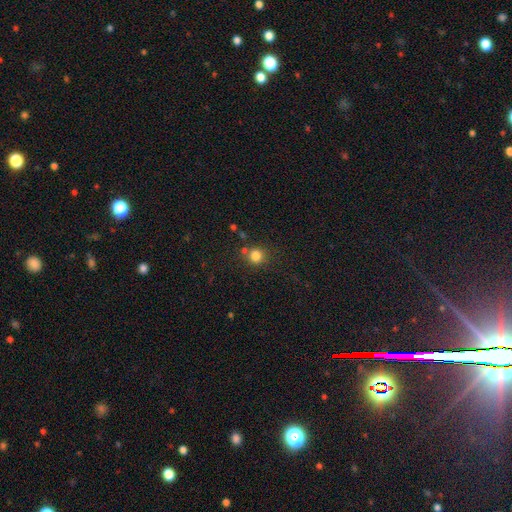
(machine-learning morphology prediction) This appears to be a smooth galaxy with no disk features (81%) that is round (89%). Merging: none (74%).